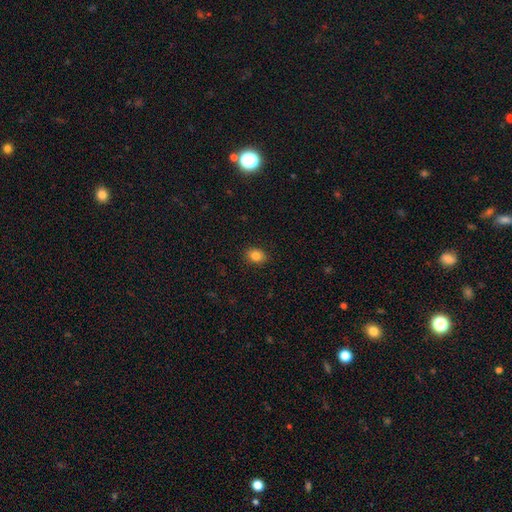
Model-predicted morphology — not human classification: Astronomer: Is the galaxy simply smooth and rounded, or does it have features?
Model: smooth — 84%.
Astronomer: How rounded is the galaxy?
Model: in between — 56% (runner-up: round, 43%).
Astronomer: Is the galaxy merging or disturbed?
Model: none — 89%.